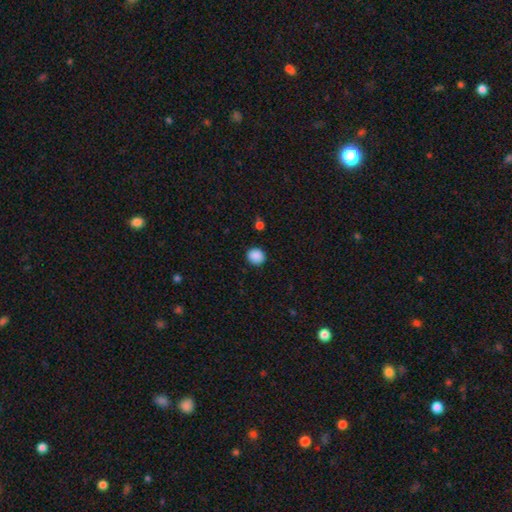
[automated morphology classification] Q: Smooth or featured?
A: smooth (89%); runner-up: star or artifact (9%)
Q: How rounded?
A: round (79%); runner-up: in between (20%)
Q: Merging?
A: none (89%); runner-up: minor disturbance (8%)